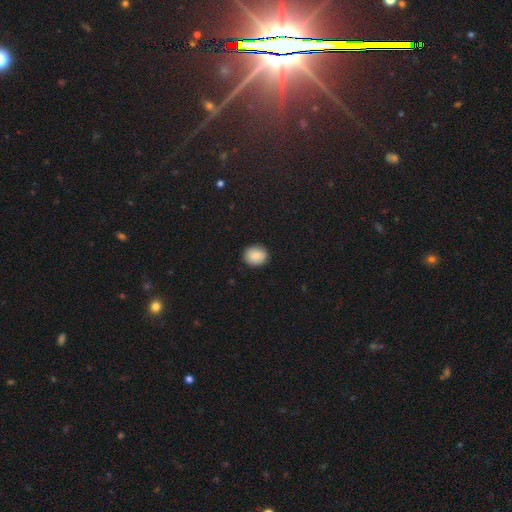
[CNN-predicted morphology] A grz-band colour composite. It shows a smooth galaxy with no disk features (88%) that is round (66%). Merging: none (89%).